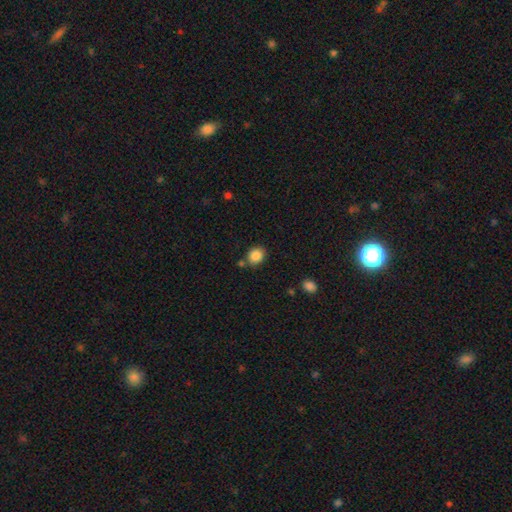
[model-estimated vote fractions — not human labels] This is clearly a smooth galaxy (86%). How rounded: likely round (62%). Merging: likely none (77%).